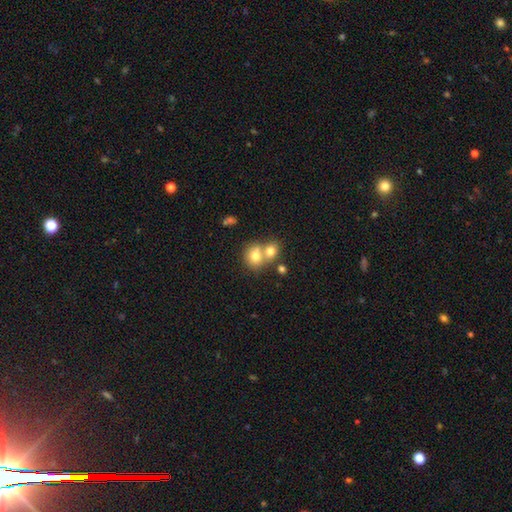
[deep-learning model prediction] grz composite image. It shows a smooth galaxy with no disk features (73%) that is round (68%). Merging: merger (59%).